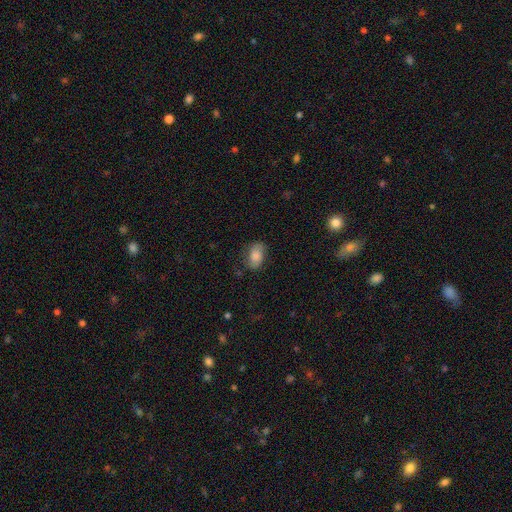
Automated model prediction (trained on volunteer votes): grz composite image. It shows a smooth galaxy with no disk features (79%) that is in between round and cigar-shaped (89%). Merging: none (72%).